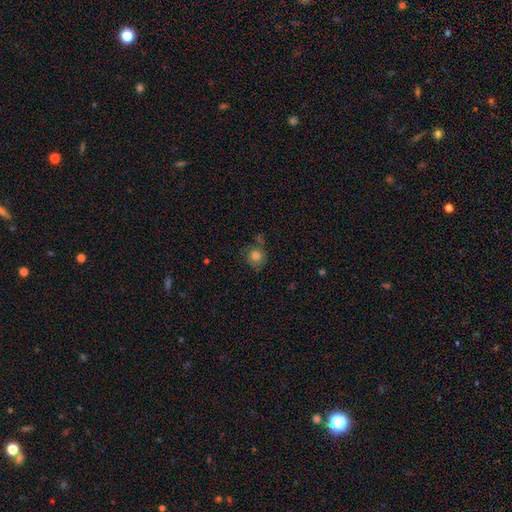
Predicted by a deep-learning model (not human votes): smooth-or-featured: smooth: 78% | star or artifact: 11% | featured or disk: 11%
  how-rounded: round: 83% | in between: 16% | cigar-shaped: 1%
  merging: none: 63% | minor disturbance: 21% | merger: 9% | major disturbance: 7%